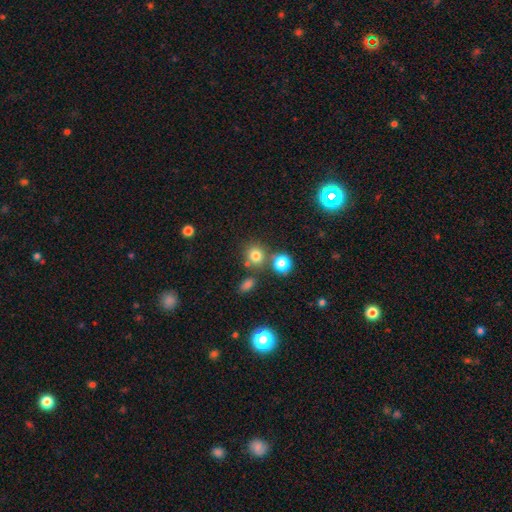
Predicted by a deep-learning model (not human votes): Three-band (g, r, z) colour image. It shows a smooth galaxy with no disk features (76%) that is round (85%). Merging: none (68%).